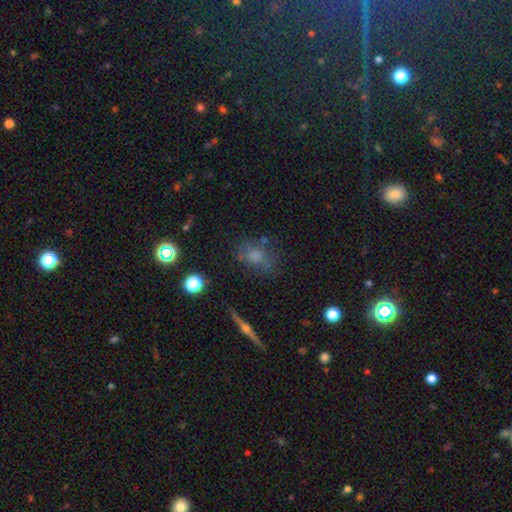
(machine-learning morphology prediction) Smooth or featured: smooth — 53% (featured or disk — 26%)
How rounded: in between — 58% (round — 37%)
Merging: none — 67% (minor disturbance — 20%)